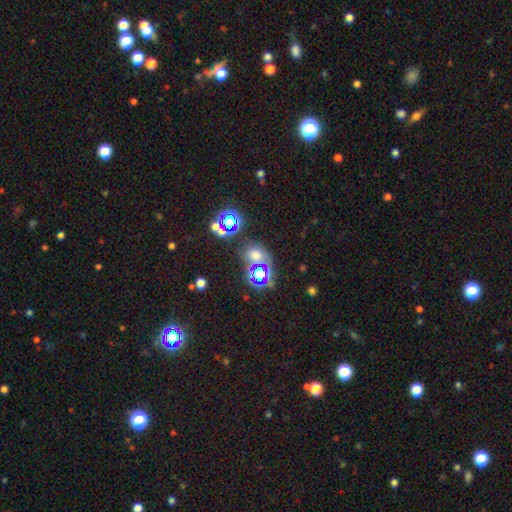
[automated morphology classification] smooth-or-featured: smooth: 51% | star or artifact: 39% | featured or disk: 10%
  how-rounded: round: 56% | in between: 42% | cigar-shaped: 1%
  merging: none: 64% | merger: 16% | minor disturbance: 13% | major disturbance: 7%